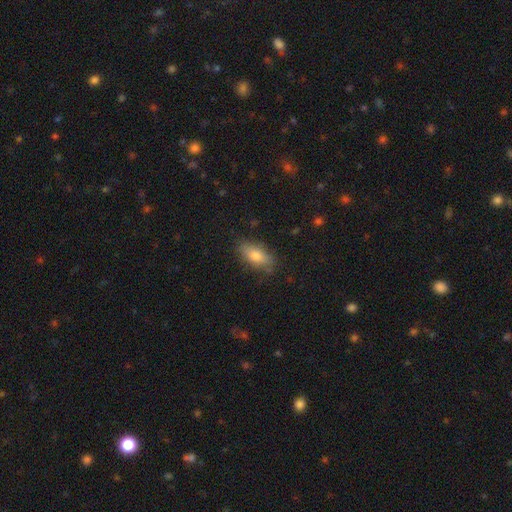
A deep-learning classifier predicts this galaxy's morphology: A smooth galaxy with no disk features (78%) that is in between round and cigar-shaped (85%). Merging: none (79%).